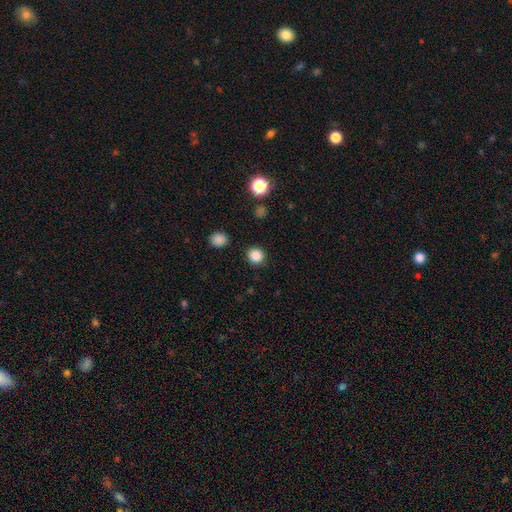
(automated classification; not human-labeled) A smooth galaxy with no disk features (86%) that is round (93%). Merging: none (91%).